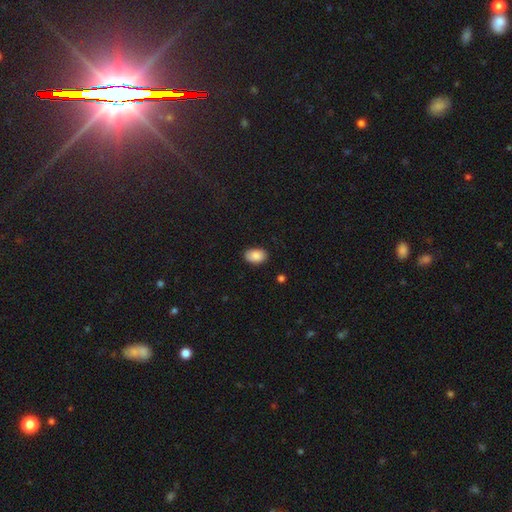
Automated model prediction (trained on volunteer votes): The model was most divided on "merging": none: 87%, minor disturbance: 10%, major disturbance: 2%, merger: 1%. More confident: how rounded — in between (89%); smooth or featured — smooth (89%).